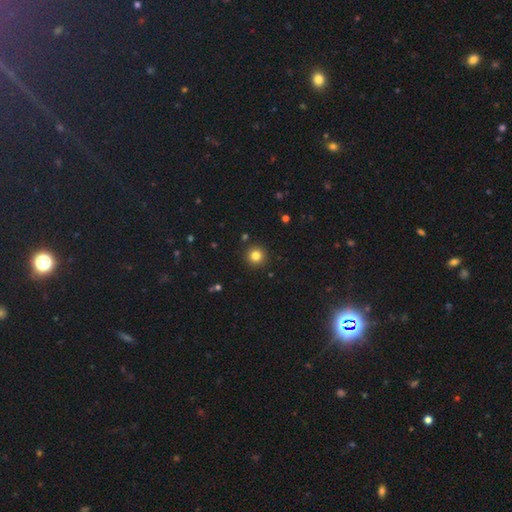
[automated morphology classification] This appears to be a smooth galaxy with no disk features (82%) that is round (95%). Merging: none (92%).